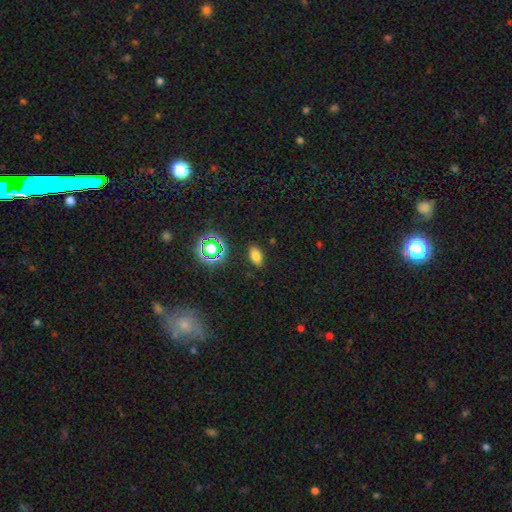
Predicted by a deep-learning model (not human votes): Overall: smooth (74%). How rounded: in between (88%). Merging: none (87%).